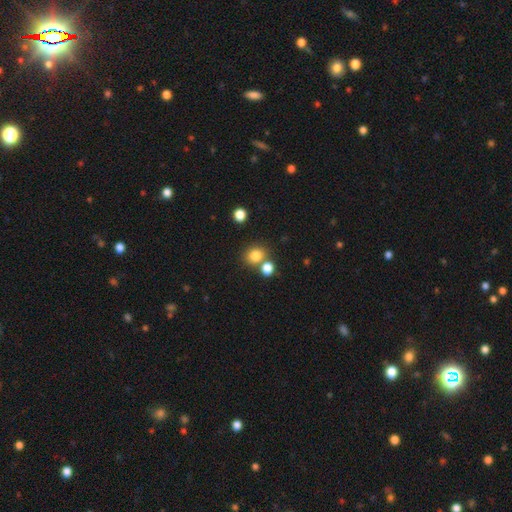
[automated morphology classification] Smooth or featured? Predicted: smooth (p=0.81). How rounded? Predicted: round (p=0.76). Merging? Predicted: none (p=0.64).